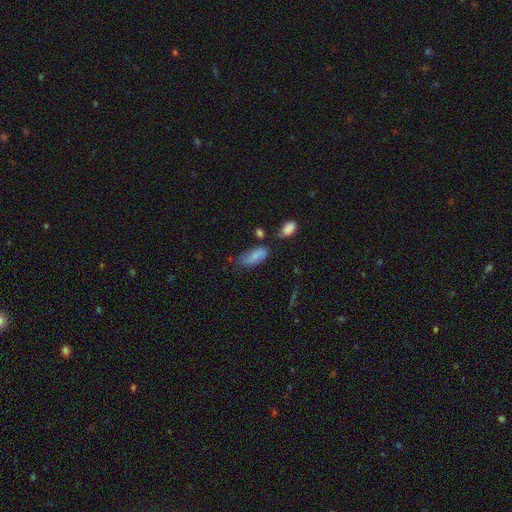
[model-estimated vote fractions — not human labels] A smooth galaxy with no disk features (77%) that is in between round and cigar-shaped (88%). Merging: none (50%).